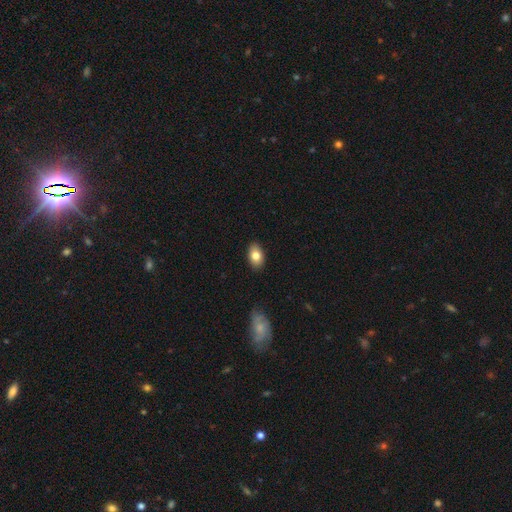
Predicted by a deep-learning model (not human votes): This appears to be a smooth galaxy with no disk features (80%) that is in between round and cigar-shaped (88%). Merging: none (88%).